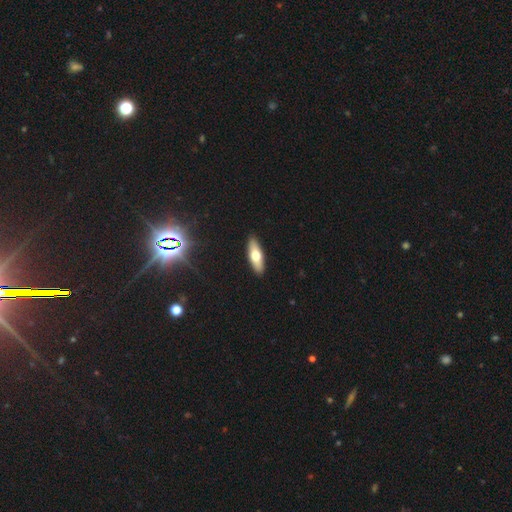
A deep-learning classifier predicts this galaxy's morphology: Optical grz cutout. It shows a smooth galaxy with no disk features (62%) that is in between round and cigar-shaped (55%). Merging: none (90%).